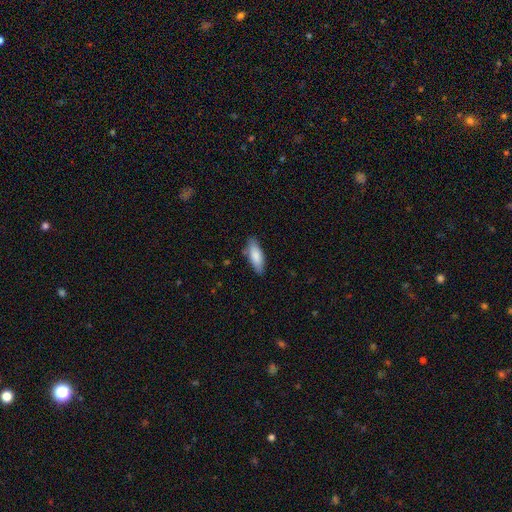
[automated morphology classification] Q: Smooth or featured?
A: smooth (84%); runner-up: featured or disk (10%)
Q: How rounded?
A: in between (67%); runner-up: cigar-shaped (32%)
Q: Merging?
A: none (82%); runner-up: minor disturbance (14%)